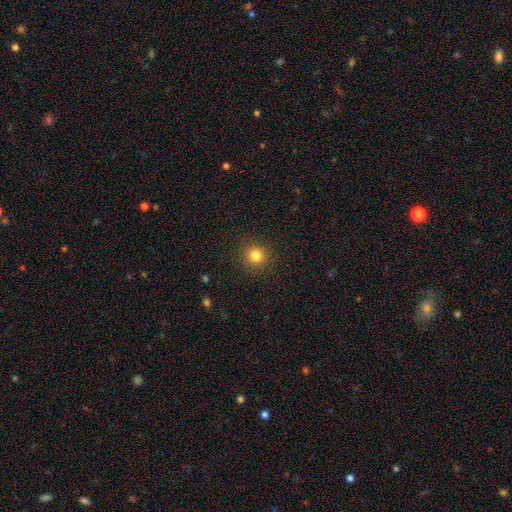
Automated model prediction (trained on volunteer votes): smooth 82%, star or artifact 12%, featured or disk 5%. Down the decision tree: how rounded — round (94%); merging — none (91%).